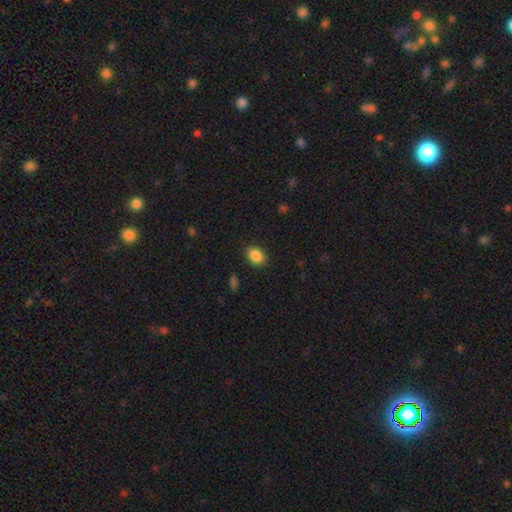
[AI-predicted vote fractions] A smooth galaxy with no disk features (88%) that is in between round and cigar-shaped (73%).

Vote fractions:
- Smooth or featured? smooth: 88% / star or artifact: 8% / featured or disk: 4%
- How rounded? in between: 73% / round: 26% / cigar-shaped: 1%
- Merging? none: 87% / minor disturbance: 9% / major disturbance: 3% / merger: 1%